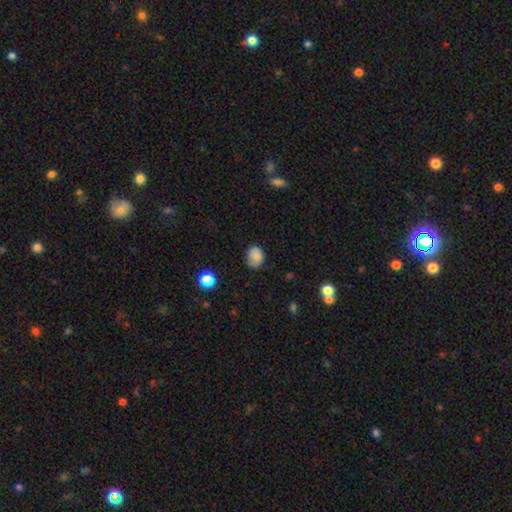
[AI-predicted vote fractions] A smooth galaxy with no disk features (81%) that is round (52%).

Vote fractions:
- Smooth or featured? smooth: 81% / star or artifact: 10% / featured or disk: 9%
- How rounded? round: 52% / in between: 47% / cigar-shaped: 1%
- Merging? none: 62% / minor disturbance: 28% / major disturbance: 8% / merger: 2%